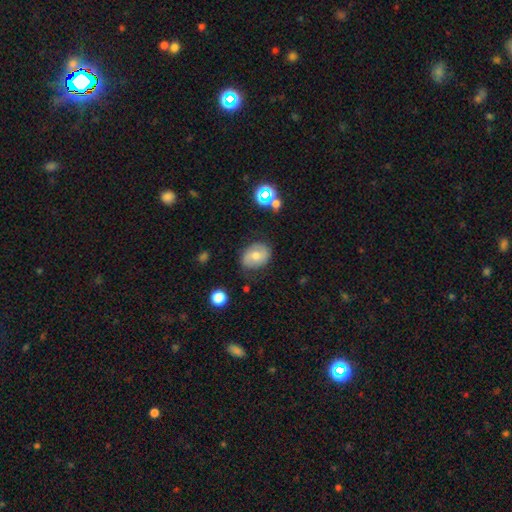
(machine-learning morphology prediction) Overall: smooth (49%; featured or disk 41%). Merging: none (72%).